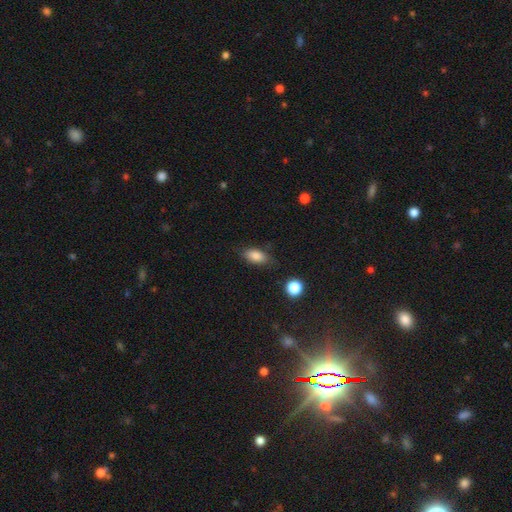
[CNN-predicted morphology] Smooth or featured?
  - smooth: 84% *
  - star or artifact: 9%
  - featured or disk: 8%
How rounded?
  - in between: 87% *
  - cigar-shaped: 7%
  - round: 6%
Merging?
  - none: 74% *
  - minor disturbance: 19%
  - major disturbance: 5%
  - merger: 2%